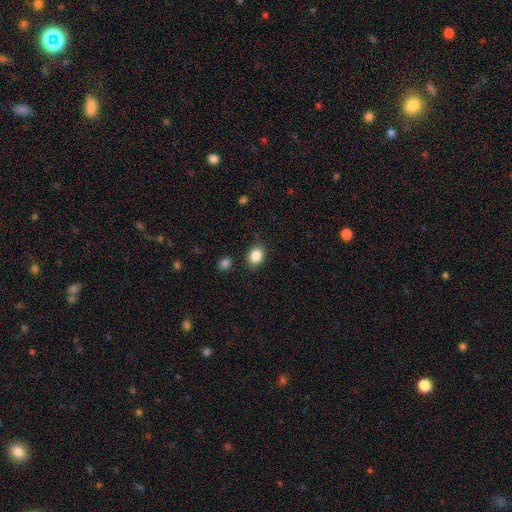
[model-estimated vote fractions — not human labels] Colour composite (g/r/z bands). It shows a smooth galaxy with no disk features (86%) that is in between round and cigar-shaped (53%). Merging: none (85%).